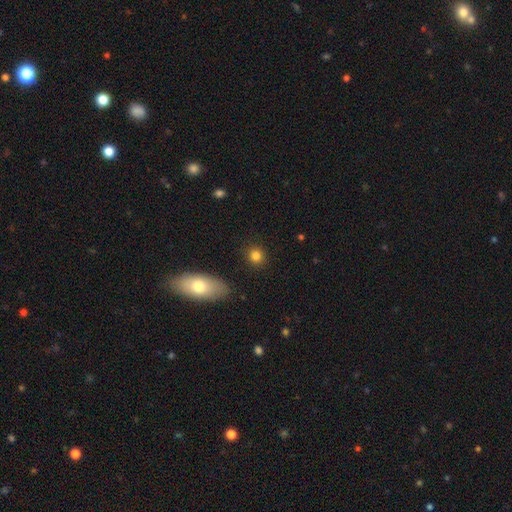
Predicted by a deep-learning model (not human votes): Smooth or featured? smooth (83%)
How rounded? round (84%)
Merging? none (88%)